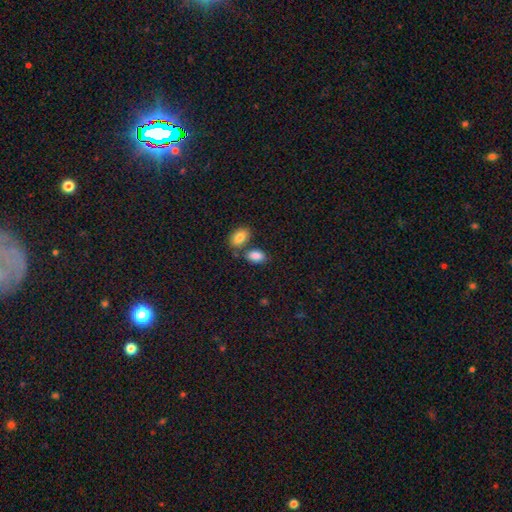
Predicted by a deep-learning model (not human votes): smooth_or_featured: smooth (p=0.87) [alt: star or artifact p=0.08]
how_rounded: in between (p=0.91) [alt: round p=0.07]
merging: none (p=0.61) [alt: merger p=0.23]